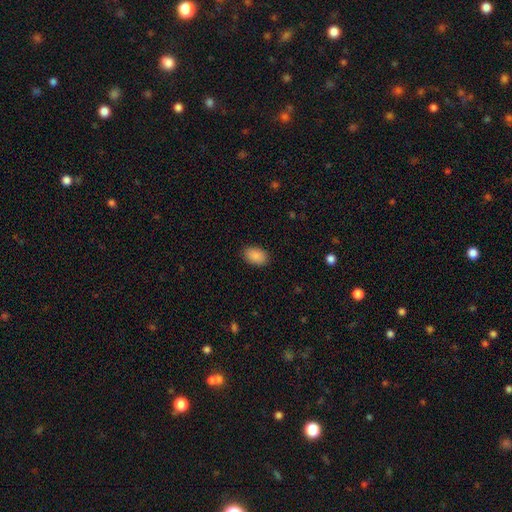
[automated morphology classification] Smooth or featured?
  - smooth: 90% *
  - star or artifact: 7%
  - featured or disk: 3%
How rounded?
  - in between: 90% *
  - round: 8%
  - cigar-shaped: 1%
Merging?
  - none: 88% *
  - minor disturbance: 9%
  - major disturbance: 2%
  - merger: 1%